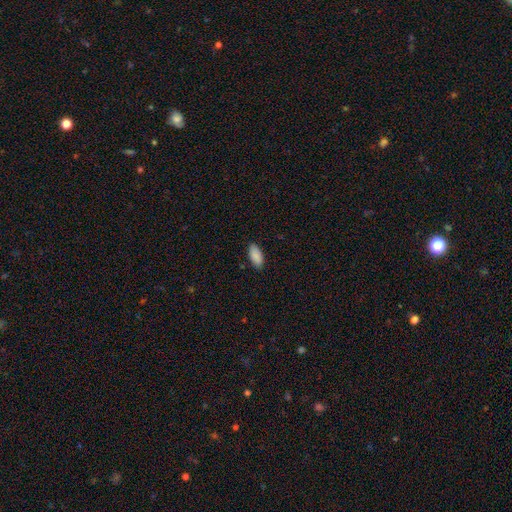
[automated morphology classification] smooth_or_featured: smooth (p=0.90) [alt: star or artifact p=0.06]
how_rounded: in between (p=0.90) [alt: cigar-shaped p=0.08]
merging: none (p=0.87) [alt: minor disturbance p=0.10]